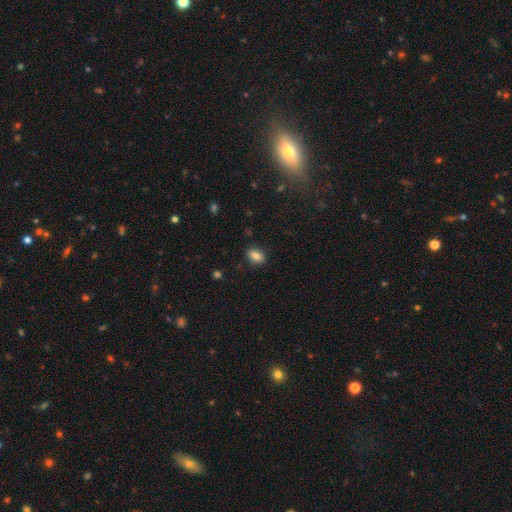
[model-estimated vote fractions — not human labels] This is clearly a smooth galaxy (86%). How rounded: clearly in between (84%). Merging: clearly none (87%).